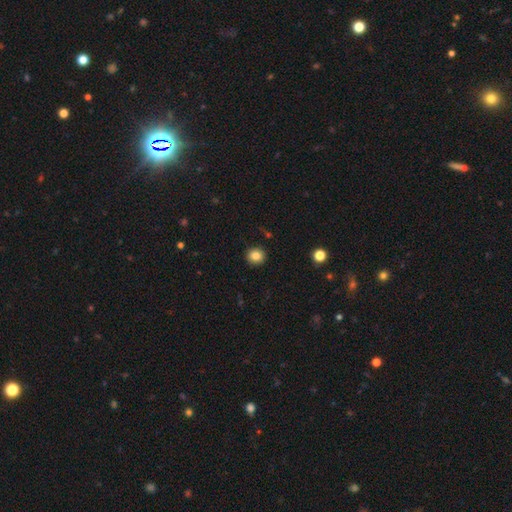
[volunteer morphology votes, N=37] Smooth or featured: smooth — 86% (featured or disk — 8%)
How rounded: round — 88% (in between — 12%)
Merging: none — 91% (major disturbance — 6%)